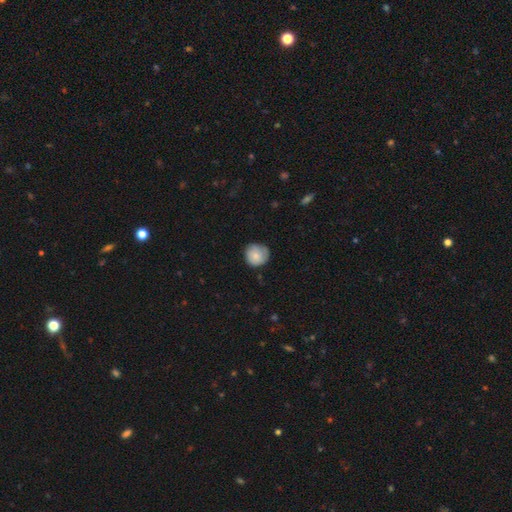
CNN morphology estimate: type=smooth (78%); roundness=round (90%); merging=none (69%).